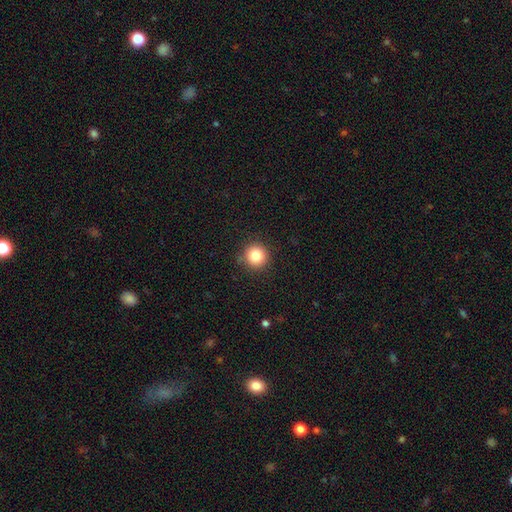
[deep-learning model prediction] This is clearly a smooth galaxy (83%). How rounded: clearly round (95%). Merging: clearly none (89%).